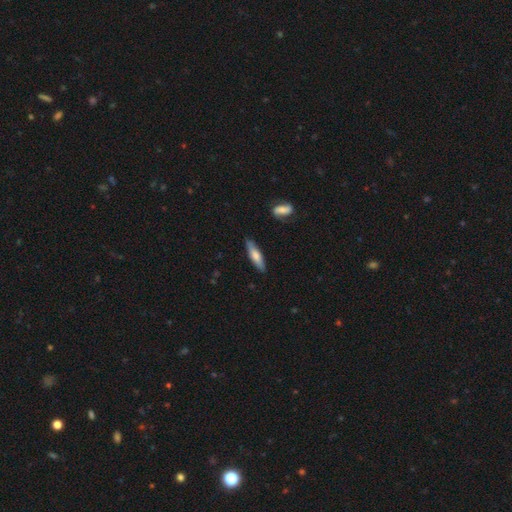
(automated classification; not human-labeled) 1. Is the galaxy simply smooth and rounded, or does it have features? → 66% smooth, 29% featured or disk, 6% star or artifact.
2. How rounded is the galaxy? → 71% cigar-shaped, 28% in between, 2% round.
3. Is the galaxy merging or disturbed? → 84% none, 12% minor disturbance, 2% major disturbance, 2% merger.